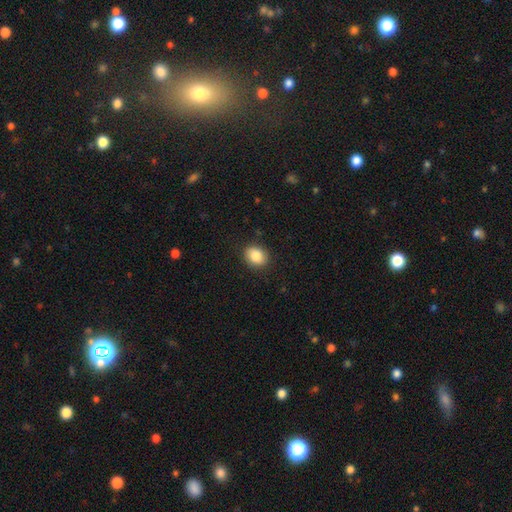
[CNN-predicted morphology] A smooth galaxy with no disk features (86%) that is round (51%).

Vote fractions:
- Smooth or featured? smooth: 86% / star or artifact: 8% / featured or disk: 6%
- How rounded? round: 51% / in between: 48% / cigar-shaped: 1%
- Merging? none: 88% / minor disturbance: 8% / major disturbance: 2% / merger: 1%